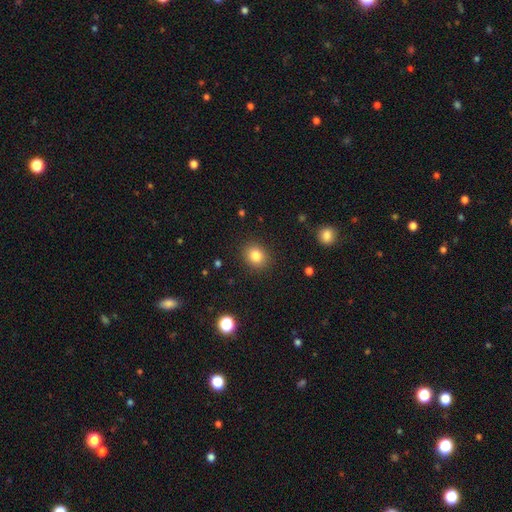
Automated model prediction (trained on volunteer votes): Smooth or featured? Predicted: smooth (p=0.83). How rounded? Predicted: round (p=0.69). Merging? Predicted: none (p=0.89).